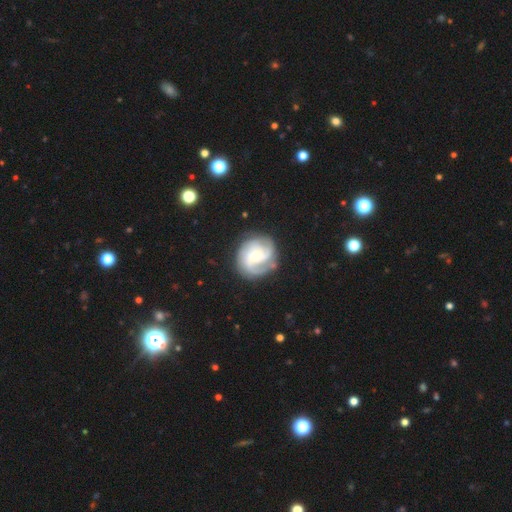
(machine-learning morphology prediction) Smooth or featured? Predicted: featured or disk (p=0.80). Edge-on disk? Predicted: no (p=0.98). Bar? Predicted: no (p=0.58). Spiral arms? Predicted: yes (p=0.95). Spiral winding? Predicted: tight (p=0.47). Spiral arm count? Predicted: 2 (p=0.34). Bulge size? Predicted: small (p=0.58). Merging? Predicted: none (p=0.72).